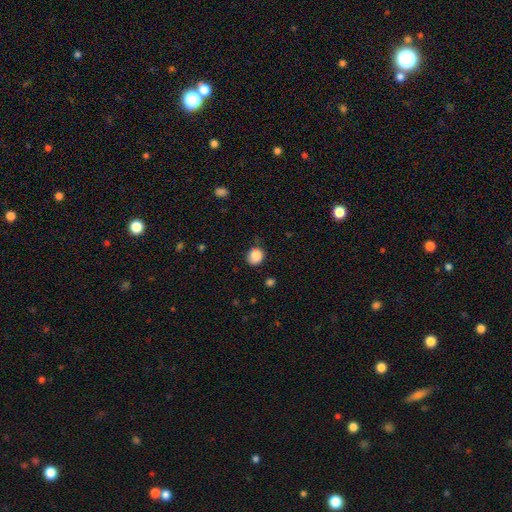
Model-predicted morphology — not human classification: smooth 88%, star or artifact 9%, featured or disk 3%. Down the decision tree: how rounded — round (74%); merging — none (79%).